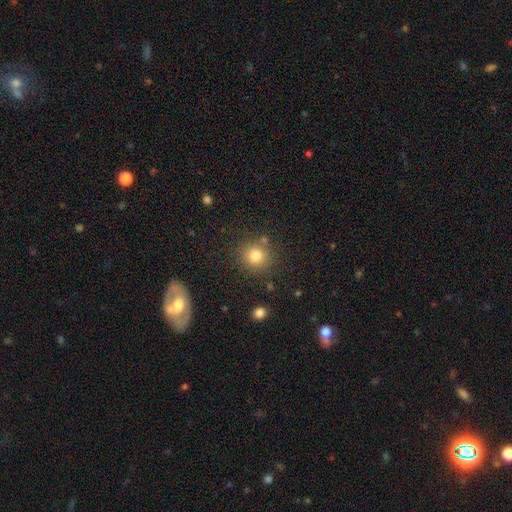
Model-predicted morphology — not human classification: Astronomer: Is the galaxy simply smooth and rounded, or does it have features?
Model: smooth — 79%.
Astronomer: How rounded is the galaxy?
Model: round — 92%.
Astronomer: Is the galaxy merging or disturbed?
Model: none — 83%.